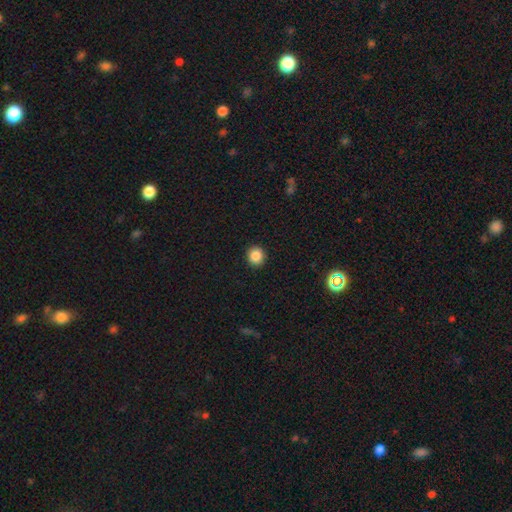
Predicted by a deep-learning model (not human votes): A smooth galaxy with no disk features (86%) that is round (91%). Merging: none (92%).